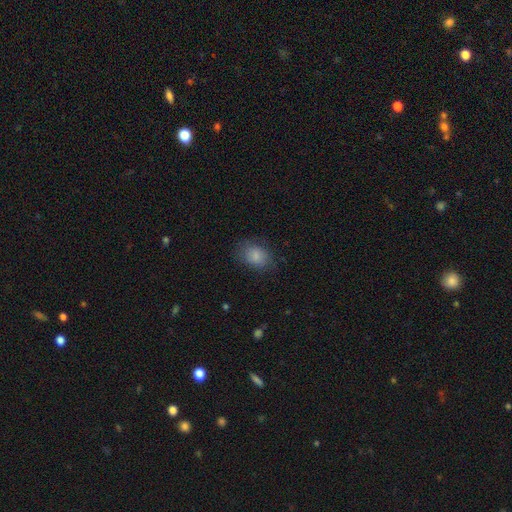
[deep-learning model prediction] This appears to be a smooth galaxy with no disk features (84%) that is in between round and cigar-shaped (70%). Merging: none (74%).